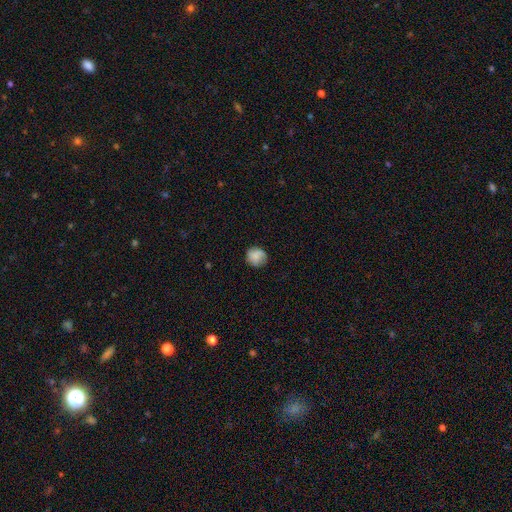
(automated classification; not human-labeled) Smooth or featured?
  - smooth: 82% *
  - featured or disk: 10%
  - star or artifact: 8%
How rounded?
  - round: 86% *
  - in between: 13%
  - cigar-shaped: 1%
Merging?
  - none: 77% *
  - minor disturbance: 18%
  - major disturbance: 5%
  - merger: 1%